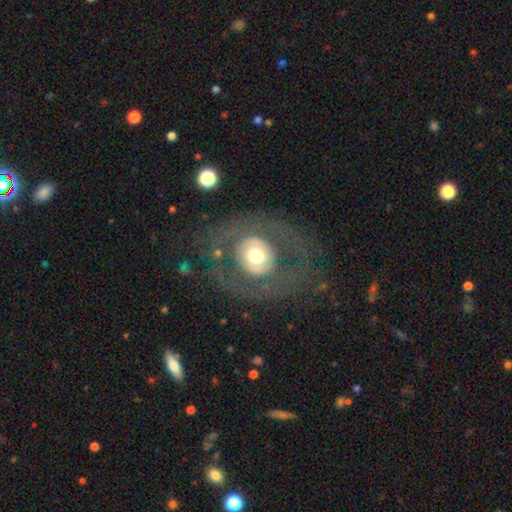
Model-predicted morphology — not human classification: Overall: featured or disk (53%; smooth 38%). Edge-on disk: no (94%). Bar: no (78%). Spiral arms: no (69%; yes 31%). Bulge size: moderate (52%; large 32%). Merging: none (68%).